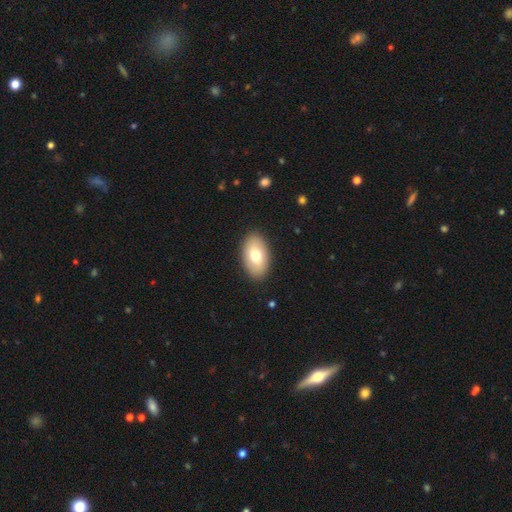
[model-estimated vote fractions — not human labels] smooth 72%, featured or disk 21%, star or artifact 6%. Down the decision tree: how rounded — in between (93%); merging — none (89%).